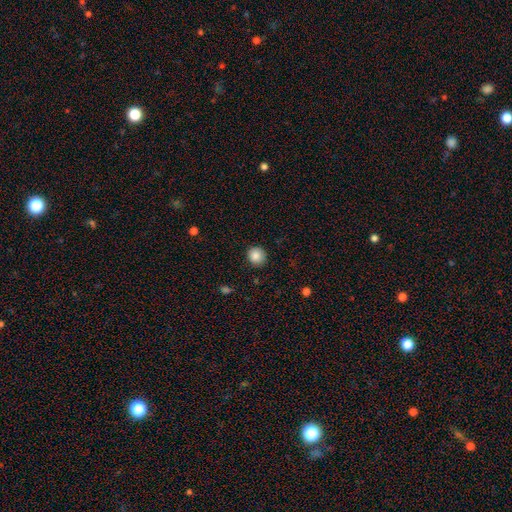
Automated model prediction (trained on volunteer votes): Morphology: type=smooth (87%); roundness=round (89%); merging=none (89%).